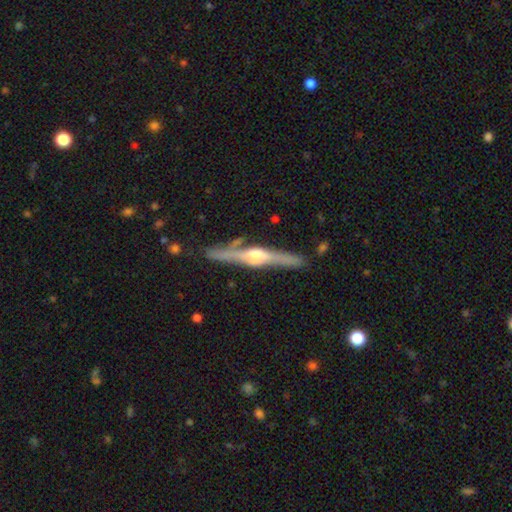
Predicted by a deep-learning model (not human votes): This appears to be a featured or disk galaxy (81%) viewed edge-on (97%) with a rounded central bulge (88%). Merging: none (80%).